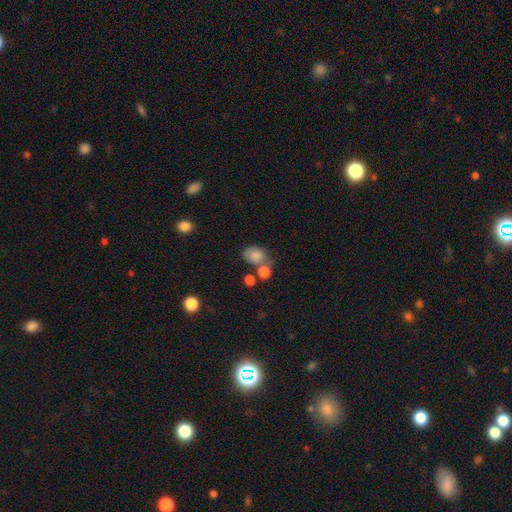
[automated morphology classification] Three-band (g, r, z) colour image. It shows a smooth galaxy with no disk features (81%) that is in between round and cigar-shaped (61%). Merging: none (46%).